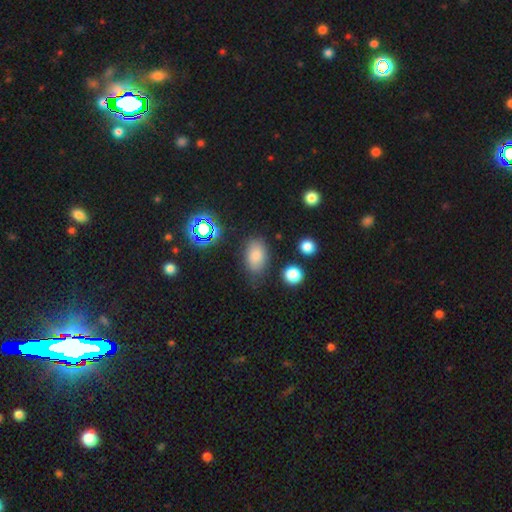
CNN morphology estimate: Smooth or featured? smooth (79%)
How rounded? in between (89%)
Merging? none (74%)